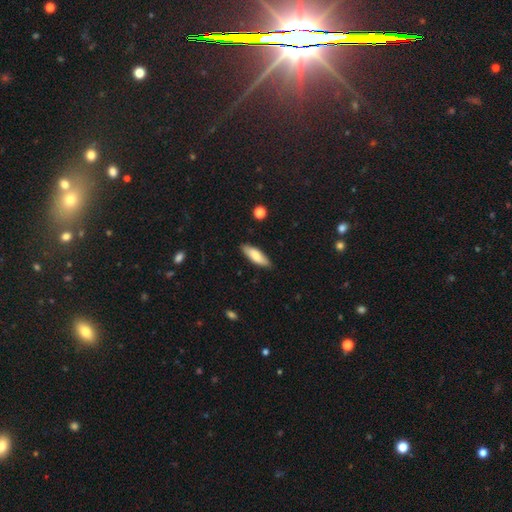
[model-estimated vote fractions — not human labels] Q: Smooth or featured?
A: smooth (77%); runner-up: featured or disk (17%)
Q: How rounded?
A: in between (56%); runner-up: cigar-shaped (43%)
Q: Merging?
A: none (86%); runner-up: minor disturbance (11%)